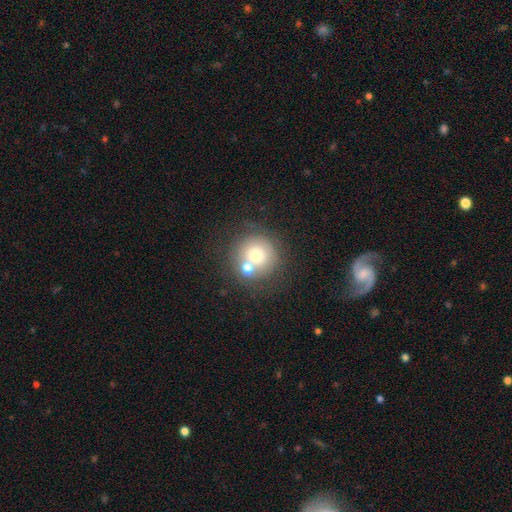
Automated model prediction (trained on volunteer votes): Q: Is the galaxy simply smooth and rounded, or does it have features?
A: smooth — 66%.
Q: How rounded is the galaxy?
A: round — 92%.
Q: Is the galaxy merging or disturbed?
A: none — 57%.